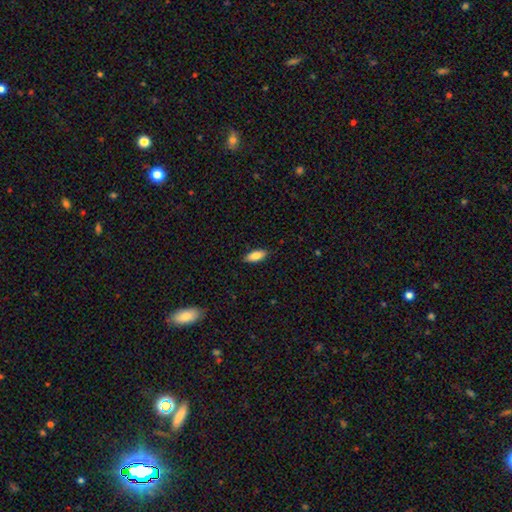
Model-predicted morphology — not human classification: type=smooth (82%); roundness=in between (82%); merging=none (86%).